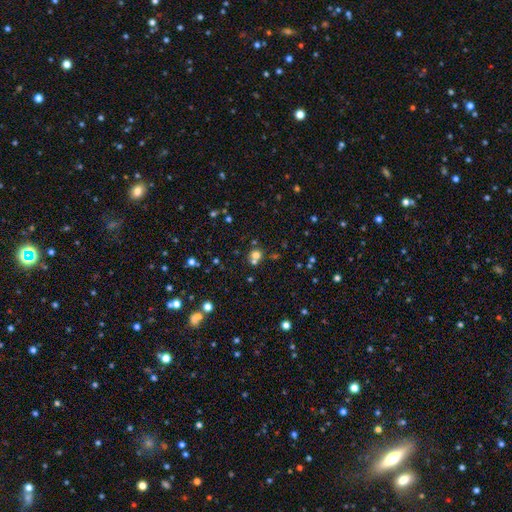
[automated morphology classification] A smooth galaxy with no disk features (65%) that is round (88%). Merging: none (58%).